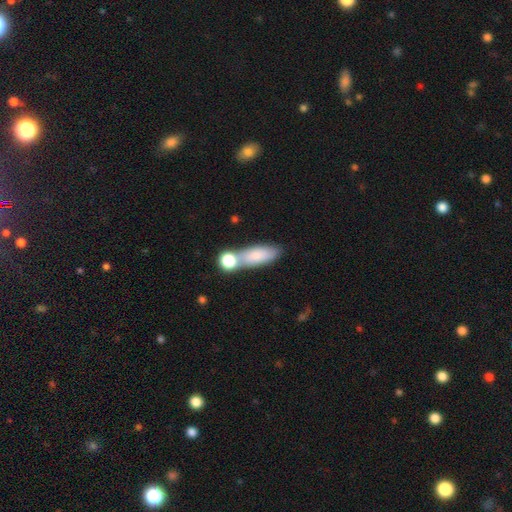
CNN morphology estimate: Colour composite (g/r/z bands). It shows a smooth galaxy with no disk features (75%) that is in between round and cigar-shaped (65%). Merging: none (43%).